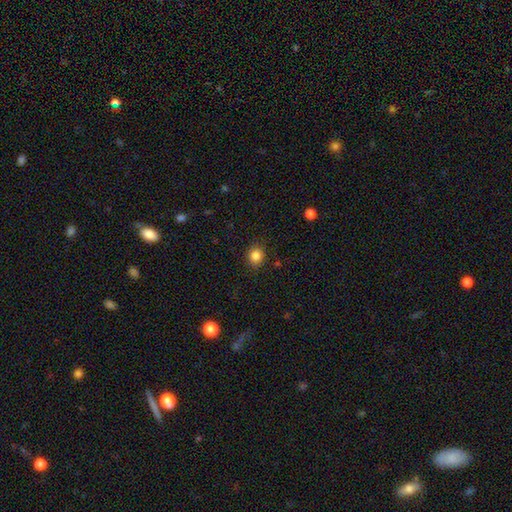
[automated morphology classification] Smooth or featured: smooth — 84% (star or artifact — 11%)
How rounded: round — 80% (in between — 19%)
Merging: none — 89% (minor disturbance — 7%)